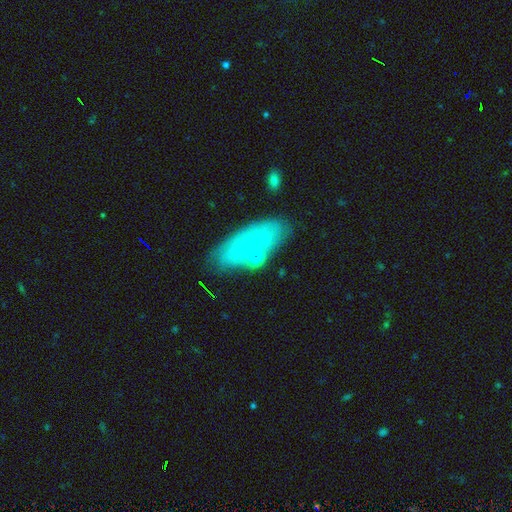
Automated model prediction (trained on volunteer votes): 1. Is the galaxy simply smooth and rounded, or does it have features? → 47% smooth, 39% featured or disk, 14% star or artifact.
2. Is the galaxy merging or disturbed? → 66% none, 19% minor disturbance, 8% major disturbance, 8% merger.